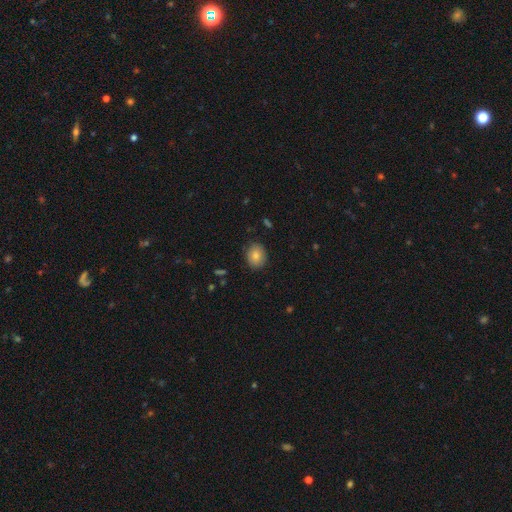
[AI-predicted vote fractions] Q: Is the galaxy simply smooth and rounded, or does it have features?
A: smooth — 83%.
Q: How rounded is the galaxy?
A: round — 63%.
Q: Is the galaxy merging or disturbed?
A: none — 87%.